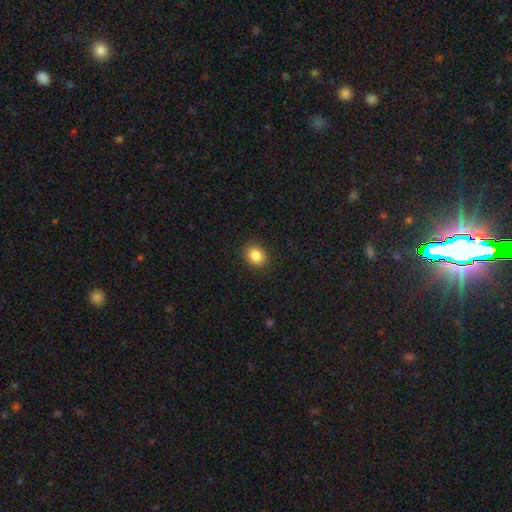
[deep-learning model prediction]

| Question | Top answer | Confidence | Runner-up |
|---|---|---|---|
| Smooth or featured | smooth | 86% | star or artifact (9%) |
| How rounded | round | 59% | in between (40%) |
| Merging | none | 89% | minor disturbance (7%) |